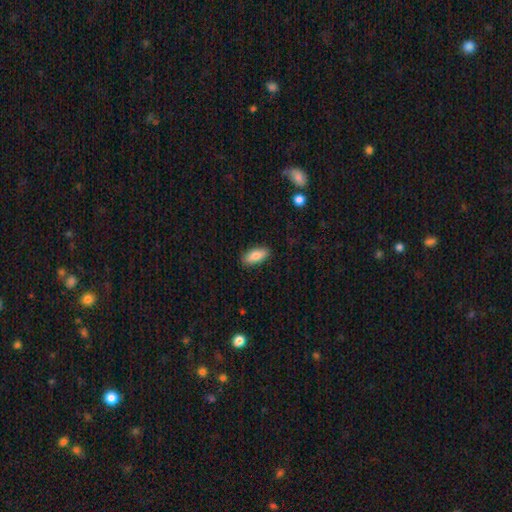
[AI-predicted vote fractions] A smooth galaxy with no disk features (81%) that is in between round and cigar-shaped (81%). Merging: none (88%).